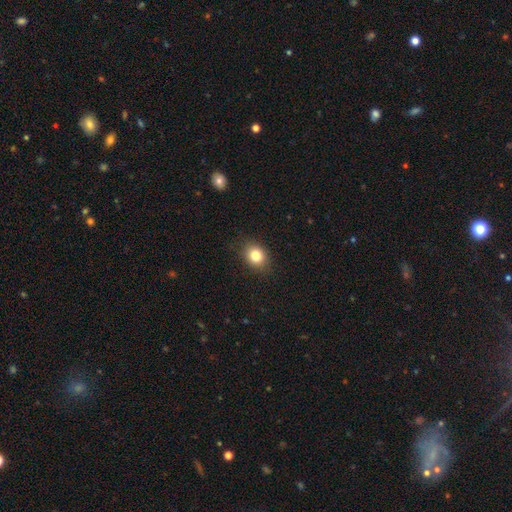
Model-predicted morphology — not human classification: smooth_or_featured: smooth (p=0.82) [alt: star or artifact p=0.11]
how_rounded: round (p=0.55) [alt: in between p=0.44]
merging: none (p=0.86) [alt: minor disturbance p=0.10]